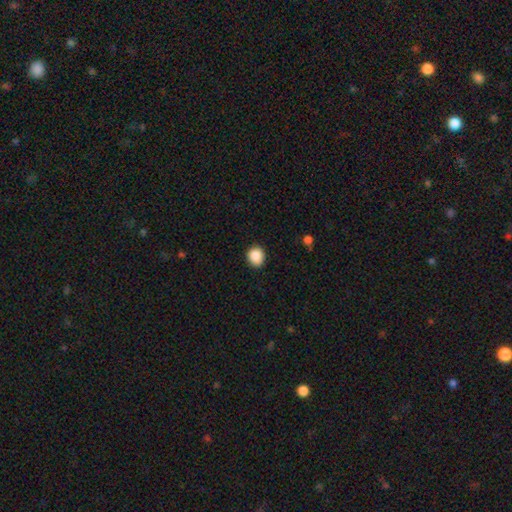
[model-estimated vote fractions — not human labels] Smooth or featured: smooth — 88% (star or artifact — 9%)
How rounded: round — 76% (in between — 24%)
Merging: none — 88% (minor disturbance — 9%)